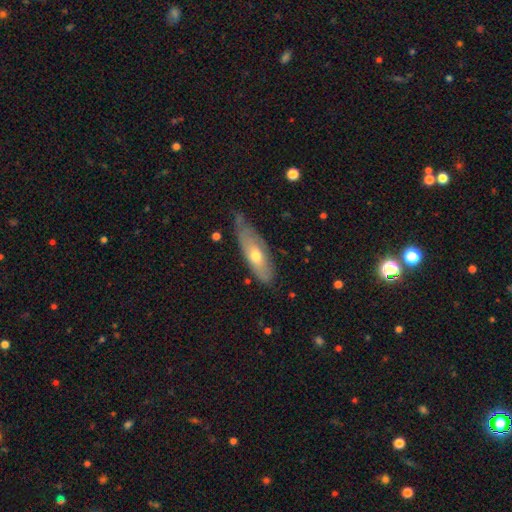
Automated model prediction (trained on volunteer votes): Smooth or featured? smooth (56%)
How rounded? in between (57%)
Merging? none (58%)